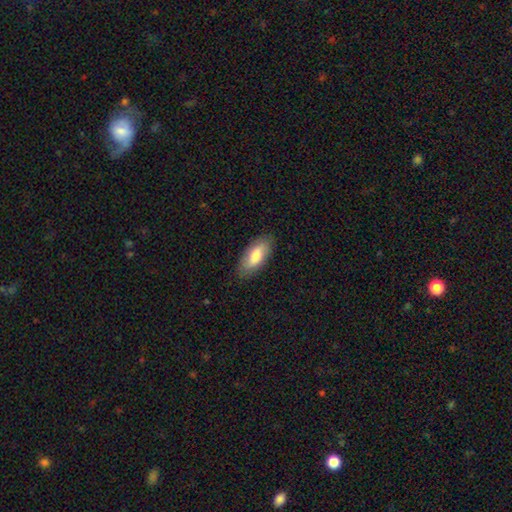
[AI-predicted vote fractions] This appears to be a smooth galaxy with no disk features (78%) that is in between round and cigar-shaped (86%). Merging: none (85%).